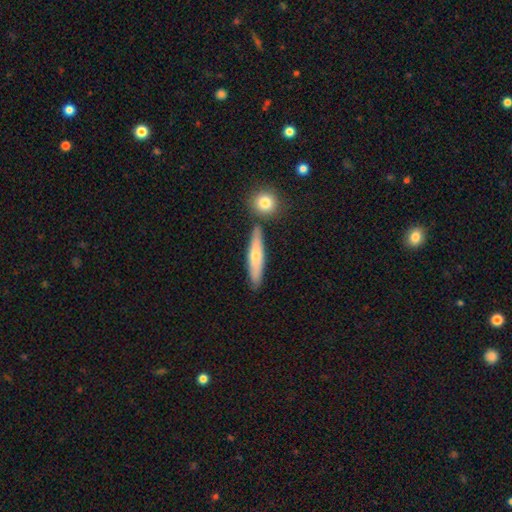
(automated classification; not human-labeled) The model was most divided on "smooth or featured": smooth: 61%, featured or disk: 33%, star or artifact: 6%. More confident: how rounded — cigar-shaped (84%); merging — none (79%).